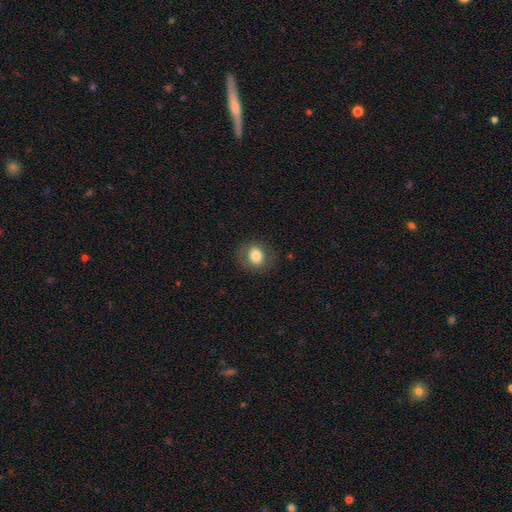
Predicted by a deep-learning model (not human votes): A smooth galaxy with no disk features (77%) that is round (62%). Merging: none (82%).